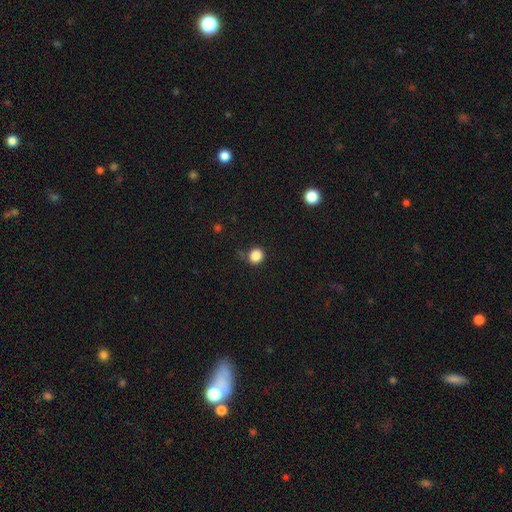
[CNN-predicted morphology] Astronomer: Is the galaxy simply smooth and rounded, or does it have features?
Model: smooth — 85%.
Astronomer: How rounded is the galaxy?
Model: round — 89%.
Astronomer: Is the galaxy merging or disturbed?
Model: none — 78%.